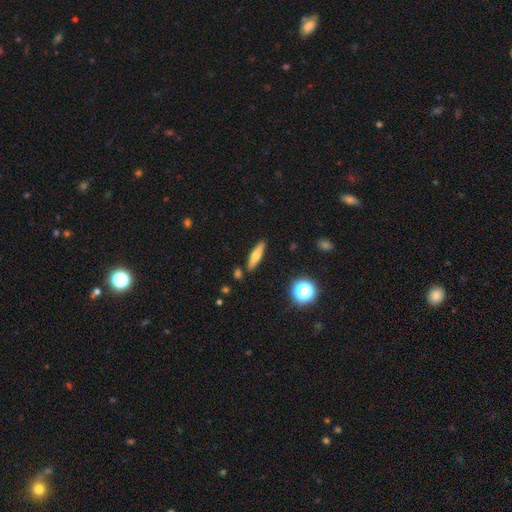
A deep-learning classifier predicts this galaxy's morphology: This appears to be a smooth galaxy with no disk features (54%) that is cigar-shaped (73%). Merging: none (86%).